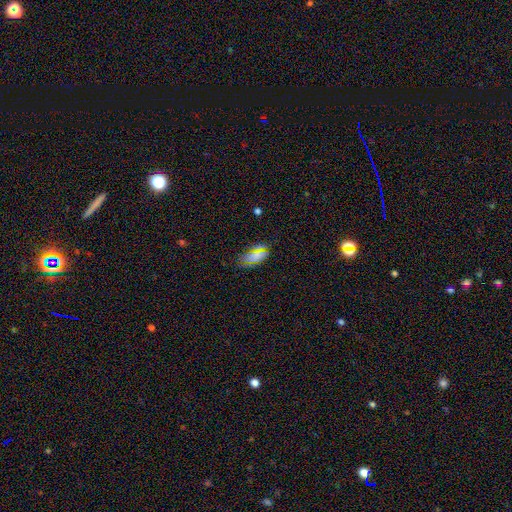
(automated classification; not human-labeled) This appears to be a smooth galaxy with no disk features (68%) that is in between round and cigar-shaped (90%). Merging: none (79%).